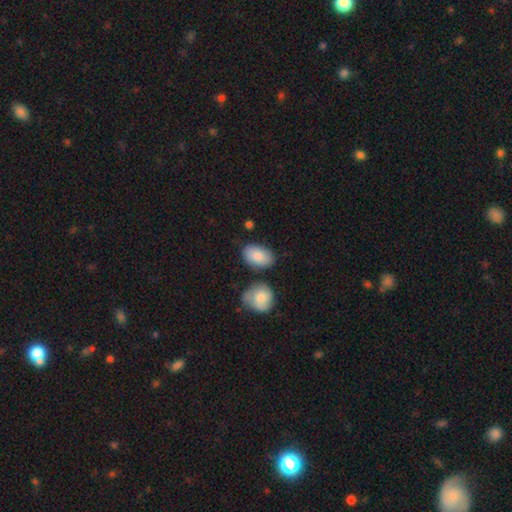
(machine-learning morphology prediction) type=smooth (85%); roundness=in between (89%); merging=none (73%).